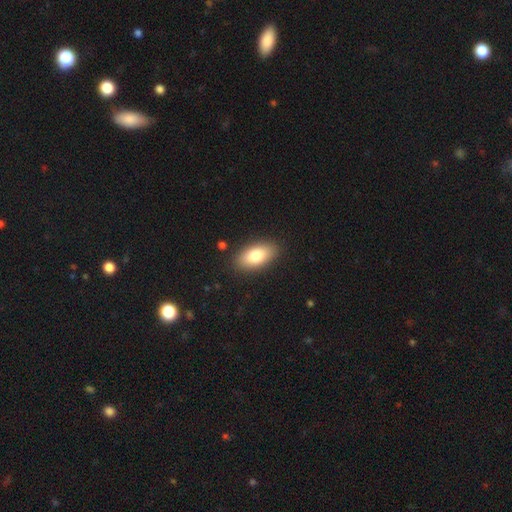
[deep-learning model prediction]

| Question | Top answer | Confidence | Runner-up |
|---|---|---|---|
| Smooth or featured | smooth | 80% | featured or disk (13%) |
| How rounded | in between | 91% | cigar-shaped (6%) |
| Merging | none | 87% | minor disturbance (9%) |